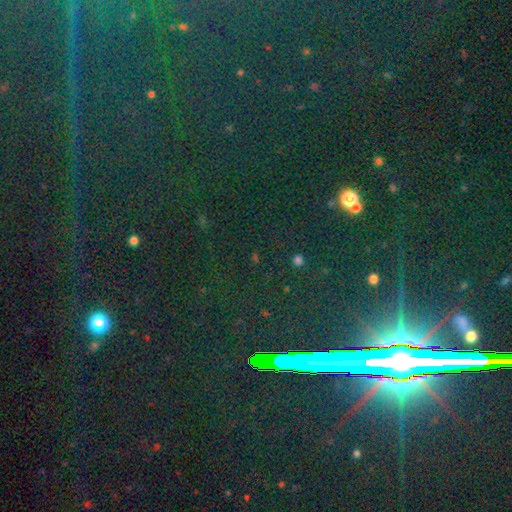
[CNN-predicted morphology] Smooth or featured? star or artifact (81%)